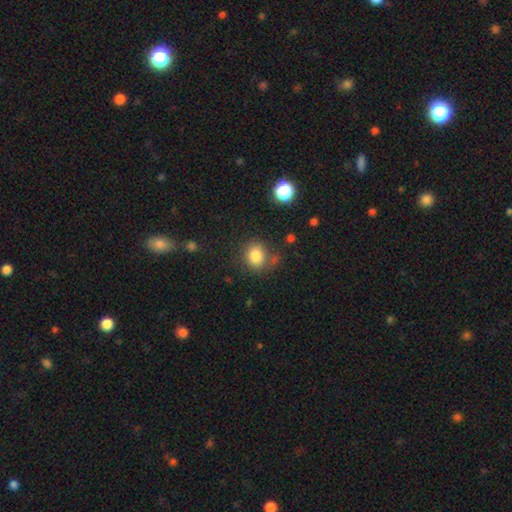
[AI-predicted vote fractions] Overall: smooth (82%). How rounded: round (71%). Merging: none (75%).